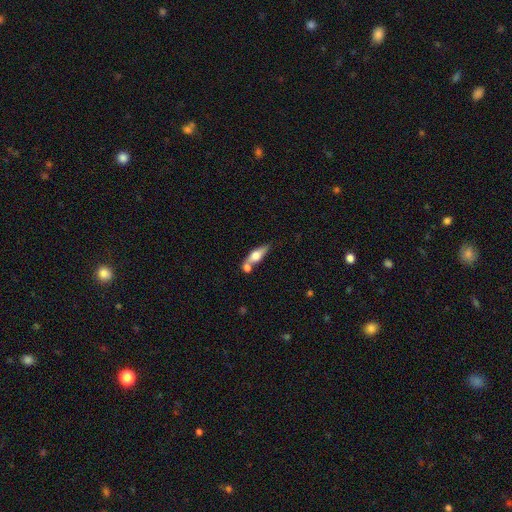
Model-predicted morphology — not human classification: A smooth galaxy with no disk features (48%).

Vote fractions:
- Smooth or featured? smooth: 48% / featured or disk: 46% / star or artifact: 7%
- Merging? none: 50% / merger: 33% / minor disturbance: 13% / major disturbance: 5%